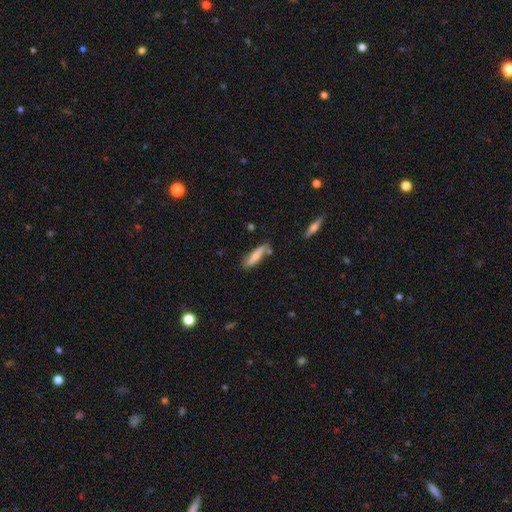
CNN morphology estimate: Overall: smooth (73%). How rounded: cigar-shaped (77%). Merging: none (64%).